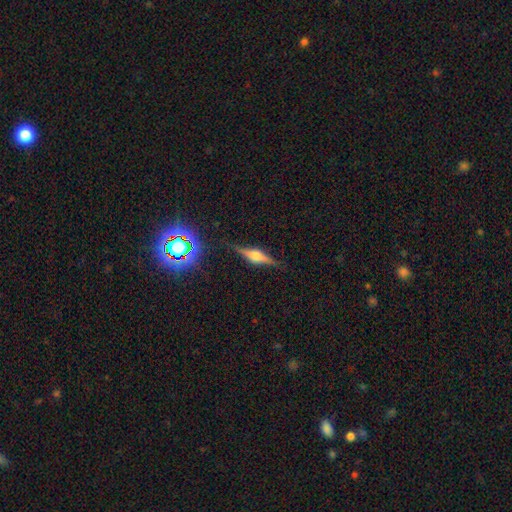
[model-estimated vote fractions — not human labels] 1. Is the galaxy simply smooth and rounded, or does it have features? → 72% featured or disk, 18% smooth, 10% star or artifact.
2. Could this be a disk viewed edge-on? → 96% yes, 4% no.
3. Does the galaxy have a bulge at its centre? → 83% rounded, 15% boxy, 2% none.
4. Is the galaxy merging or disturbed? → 85% none, 11% minor disturbance, 3% major disturbance, 2% merger.